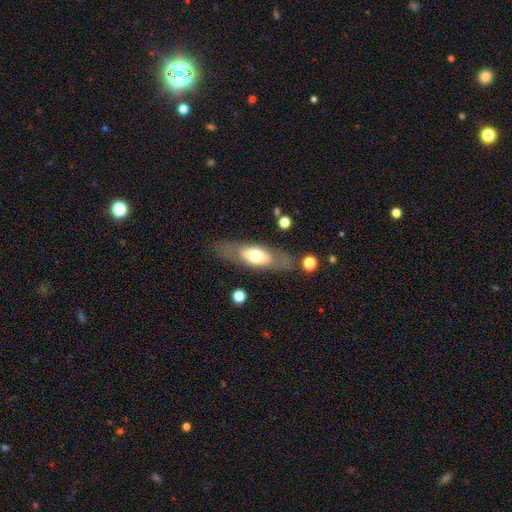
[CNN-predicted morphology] type=smooth (54%); roundness=in between (64%); merging=none (77%).